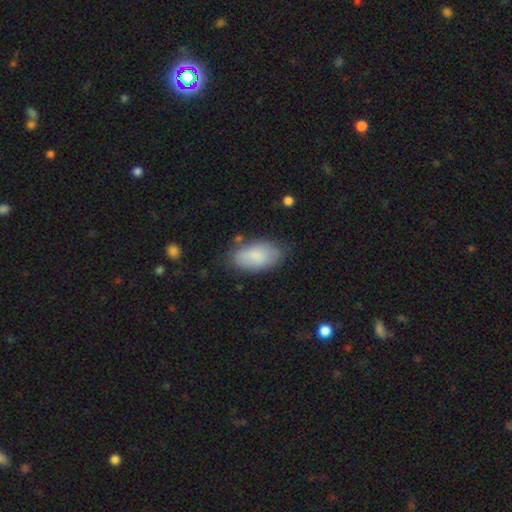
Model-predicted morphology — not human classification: smooth-or-featured: smooth: 84% | featured or disk: 10% | star or artifact: 6%
  how-rounded: in between: 94% | round: 3% | cigar-shaped: 3%
  merging: none: 75% | minor disturbance: 18% | major disturbance: 4% | merger: 3%